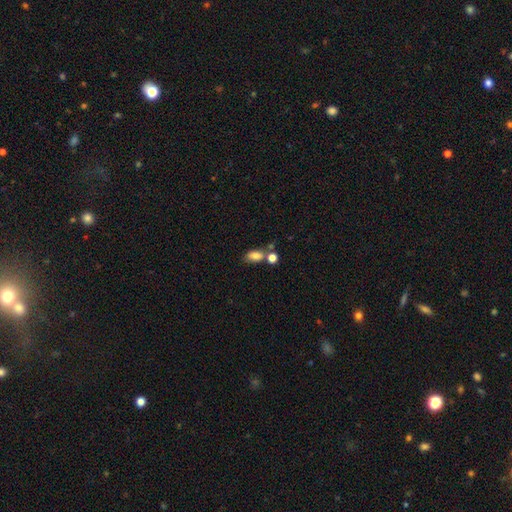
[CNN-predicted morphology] Smooth or featured?
  - smooth: 80% *
  - star or artifact: 10%
  - featured or disk: 9%
How rounded?
  - in between: 85% *
  - round: 11%
  - cigar-shaped: 4%
Merging?
  - none: 52% *
  - merger: 27%
  - minor disturbance: 15%
  - major disturbance: 6%